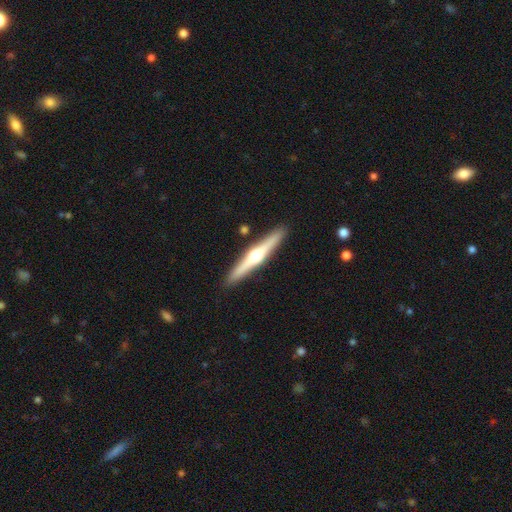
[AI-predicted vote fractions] smooth-or-featured: featured or disk: 71% | smooth: 24% | star or artifact: 5%
  disk-edge-on: yes: 98% | no: 2%
    edge-on-bulge: rounded: 94% | none: 4% | boxy: 3%
  merging: none: 91% | minor disturbance: 6% | merger: 2% | major disturbance: 1%